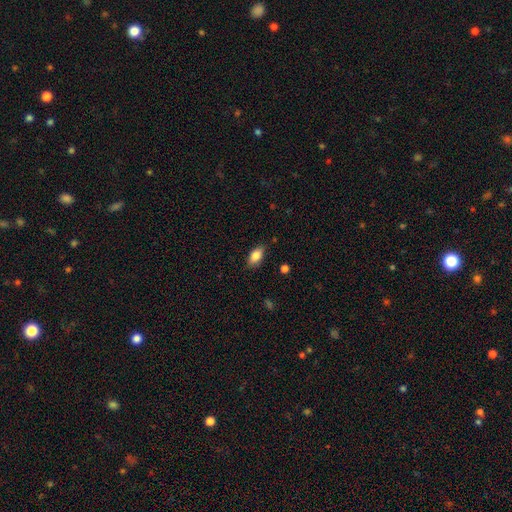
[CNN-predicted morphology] A smooth galaxy with no disk features (84%) that is in between round and cigar-shaped (90%). Merging: none (83%).